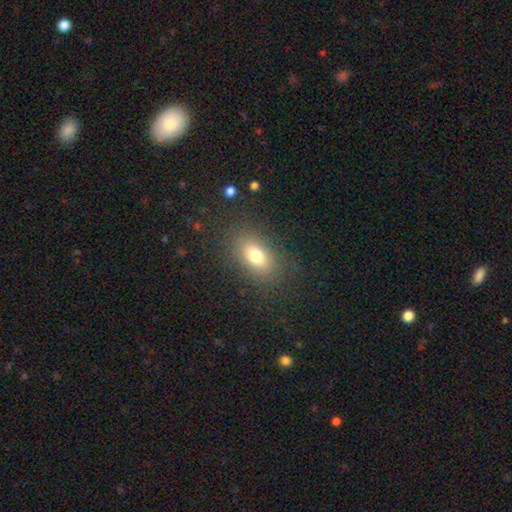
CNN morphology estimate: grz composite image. It shows a smooth galaxy with no disk features (76%) that is in between round and cigar-shaped (81%). Merging: none (83%).